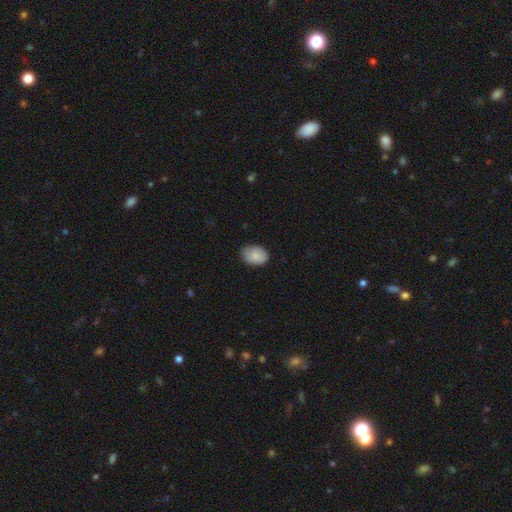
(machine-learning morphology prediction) Overall: smooth (86%). How rounded: in between (73%). Merging: none (75%).